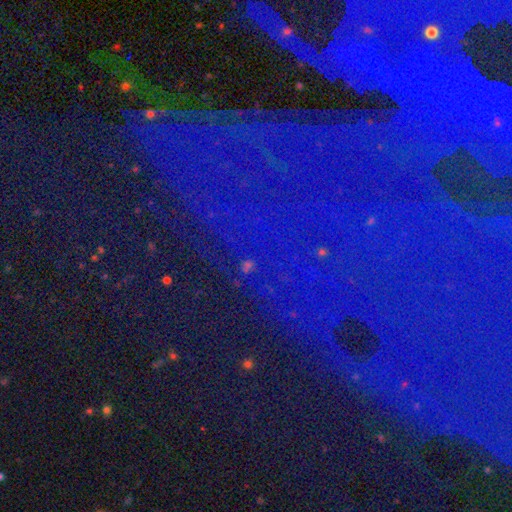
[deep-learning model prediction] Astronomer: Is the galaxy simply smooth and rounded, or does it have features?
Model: star or artifact — 83%.